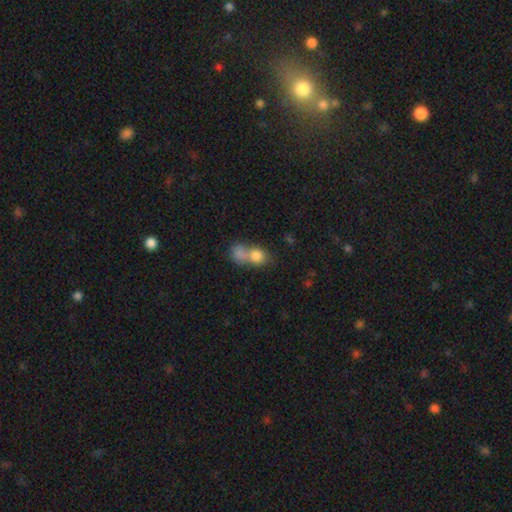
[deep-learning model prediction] smooth 78%, featured or disk 12%, star or artifact 10%. Down the decision tree: how rounded — round (54%); merging — merger (65%).